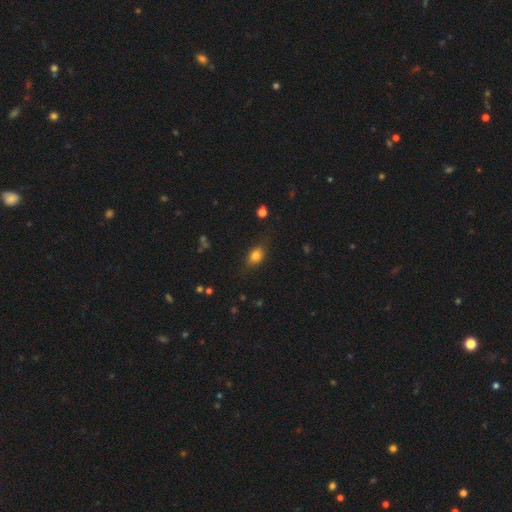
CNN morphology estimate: This appears to be a smooth galaxy with no disk features (78%) that is in between round and cigar-shaped (70%). Merging: none (75%).